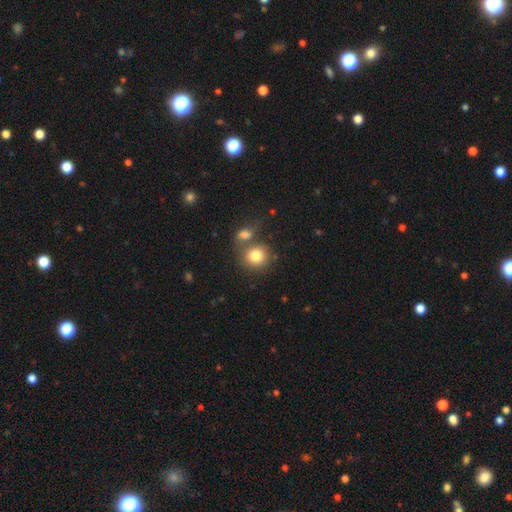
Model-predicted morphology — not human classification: smooth-or-featured: smooth: 81% | featured or disk: 10% | star or artifact: 9%
  how-rounded: round: 83% | in between: 16% | cigar-shaped: 1%
  merging: none: 50% | merger: 36% | minor disturbance: 10% | major disturbance: 5%